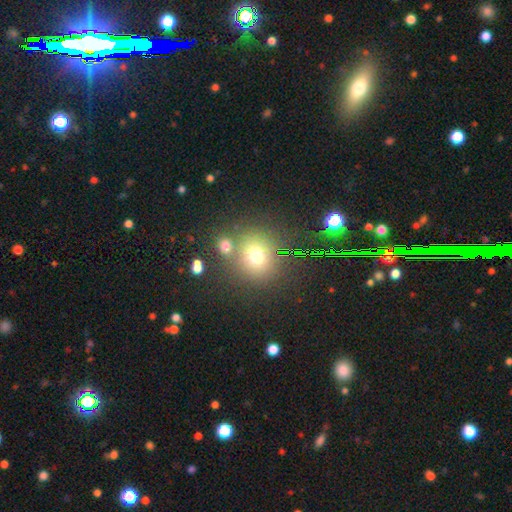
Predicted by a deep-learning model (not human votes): Overall: smooth (68%). How rounded: round (85%). Merging: none (69%).